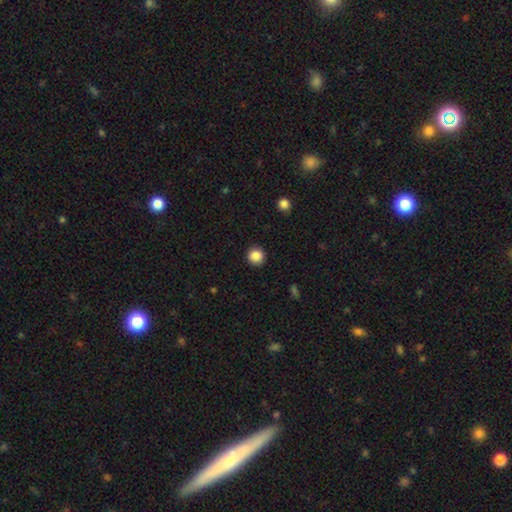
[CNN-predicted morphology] This appears to be a smooth galaxy with no disk features (86%) that is round (94%). Merging: none (92%).